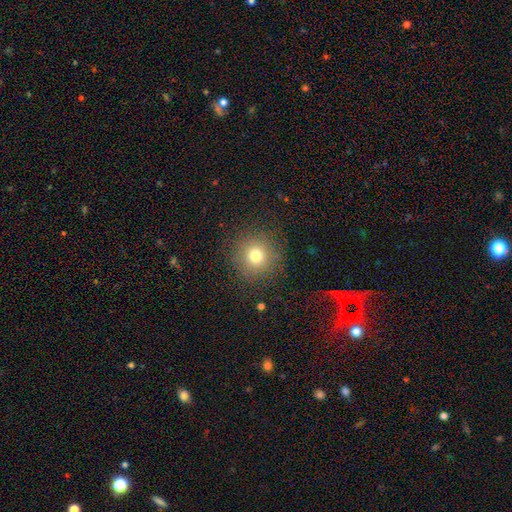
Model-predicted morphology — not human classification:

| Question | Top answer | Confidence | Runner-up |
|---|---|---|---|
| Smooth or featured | smooth | 74% | star or artifact (16%) |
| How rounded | round | 93% | in between (6%) |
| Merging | none | 88% | minor disturbance (7%) |